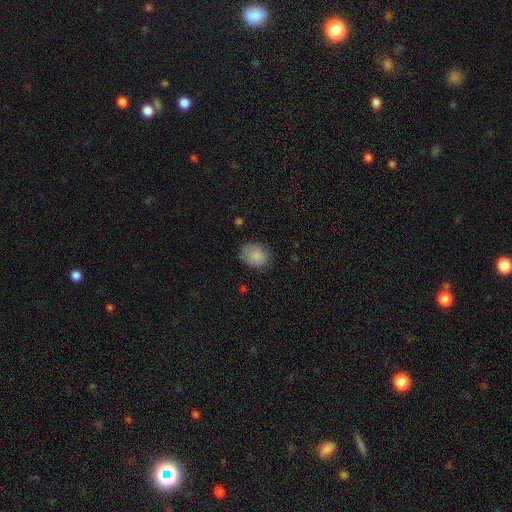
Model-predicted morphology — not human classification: The model was most divided on "how rounded": round: 50%, in between: 49%, cigar-shaped: 1%. More confident: smooth or featured — smooth (84%); merging — none (72%).